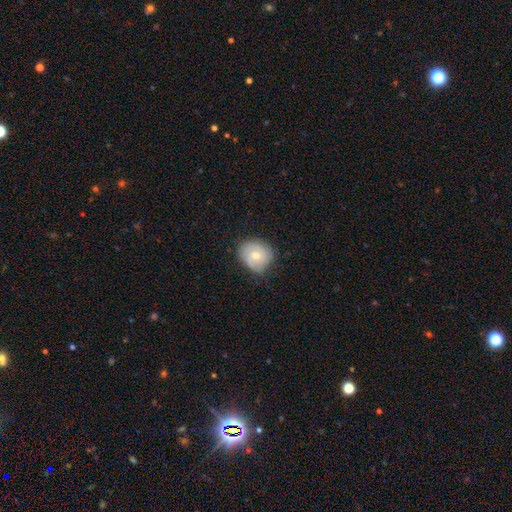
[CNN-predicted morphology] Smooth or featured? smooth (49%)
Merging? none (66%)